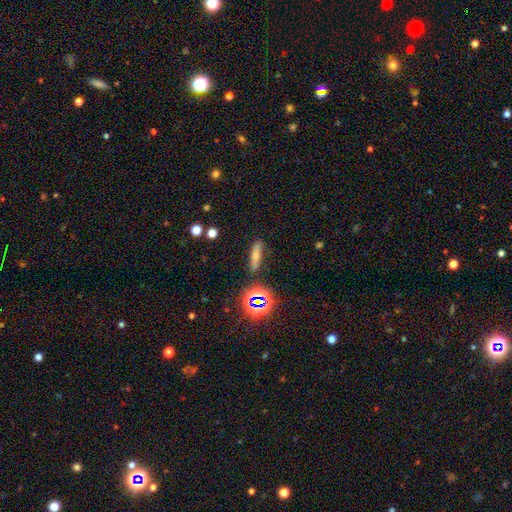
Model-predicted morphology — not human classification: Smooth or featured?
  - smooth: 35% *
  - featured or disk: 34%
  - star or artifact: 31%
Merging?
  - none: 81% *
  - minor disturbance: 12%
  - major disturbance: 4%
  - merger: 4%